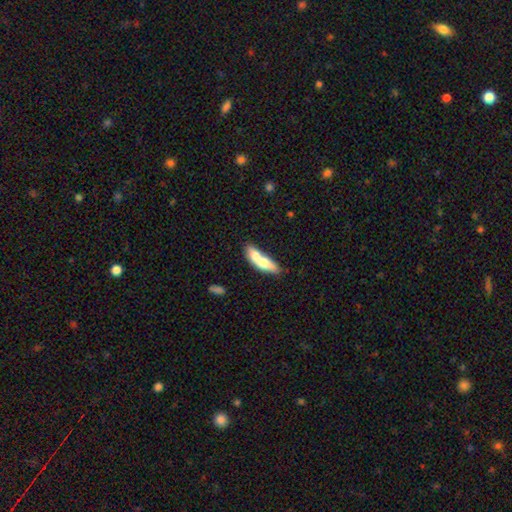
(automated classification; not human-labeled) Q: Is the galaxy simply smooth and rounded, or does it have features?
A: smooth — 64%.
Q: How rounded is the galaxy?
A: in between — 48%, tied with cigar-shaped.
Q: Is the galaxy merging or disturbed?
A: merger — 56%.